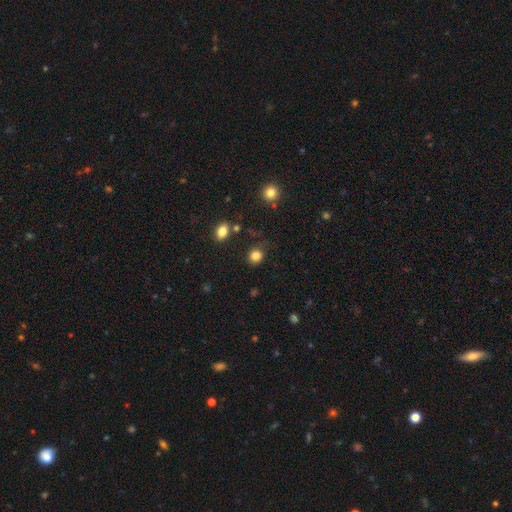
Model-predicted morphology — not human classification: Smooth or featured?
  - smooth: 84% *
  - star or artifact: 12%
  - featured or disk: 5%
How rounded?
  - round: 75% *
  - in between: 24%
  - cigar-shaped: 1%
Merging?
  - none: 82% *
  - minor disturbance: 12%
  - major disturbance: 4%
  - merger: 2%